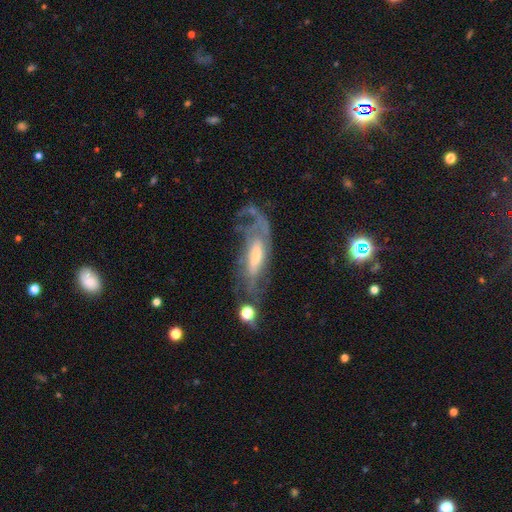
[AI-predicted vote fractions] Morphology: type=featured or disk (73%); edge-on=no (79%); bar=no (41%); spiral arms=yes (80%); bulge=moderate (45%); merging=none (41%).